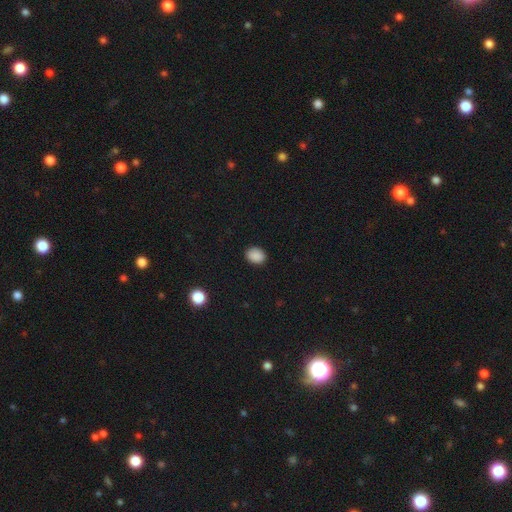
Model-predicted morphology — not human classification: Smooth or featured? Predicted: smooth (p=0.88). How rounded? Predicted: in between (p=0.54). Merging? Predicted: none (p=0.89).